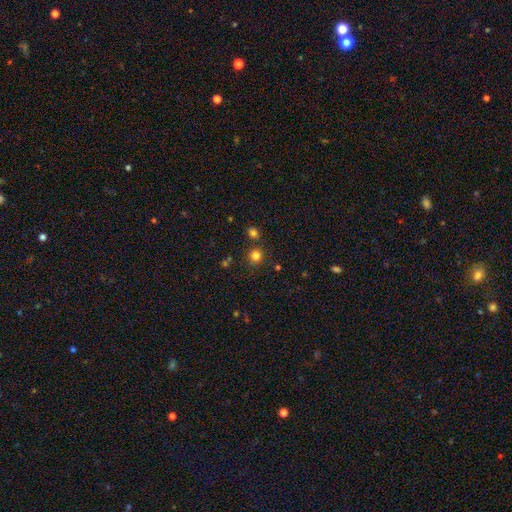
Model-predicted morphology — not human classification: Smooth or featured? smooth (81%)
How rounded? round (89%)
Merging? none (81%)